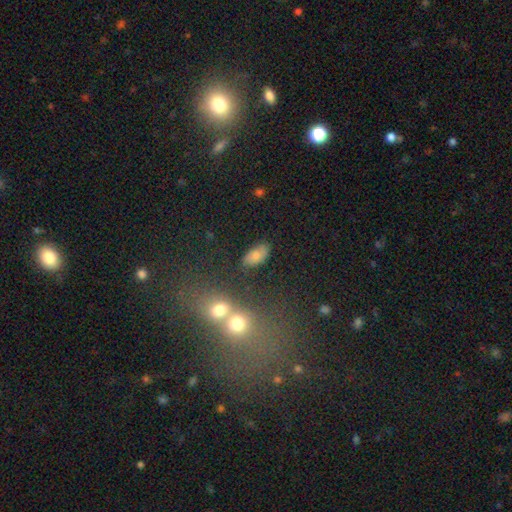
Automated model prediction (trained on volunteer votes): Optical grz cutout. It shows a smooth galaxy with no disk features (68%) that is in between round and cigar-shaped (88%). Merging: none (77%).